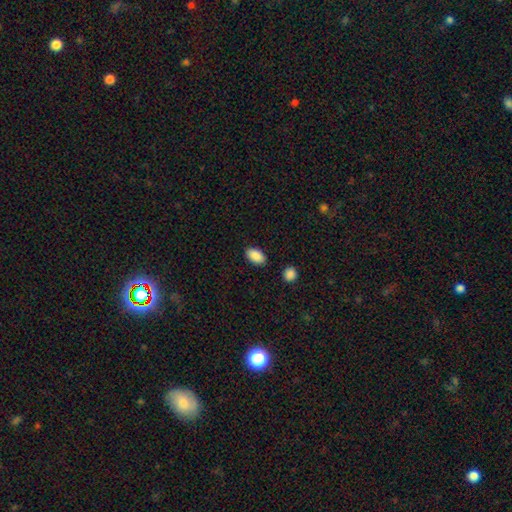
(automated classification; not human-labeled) smooth_or_featured: smooth (p=0.89) [alt: star or artifact p=0.07]
how_rounded: in between (p=0.92) [alt: round p=0.06]
merging: none (p=0.86) [alt: minor disturbance p=0.10]